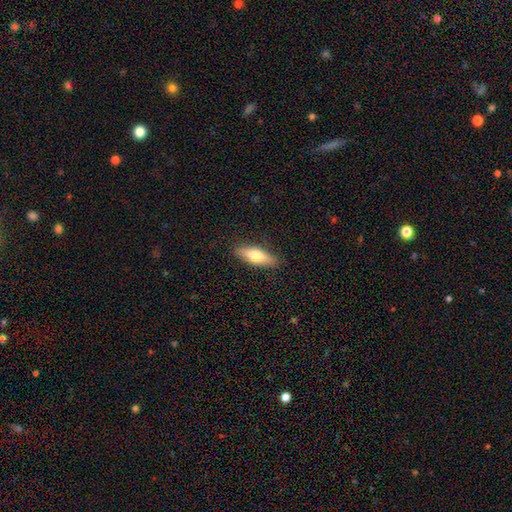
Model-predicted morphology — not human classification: This is likely a smooth galaxy (69%). How rounded: possibly in between (53%). Merging: clearly none (87%).